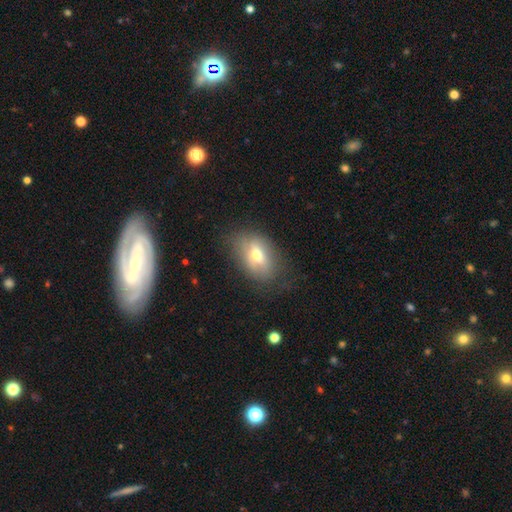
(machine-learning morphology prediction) Smooth or featured? smooth (56%)
How rounded? in between (82%)
Merging? none (68%)